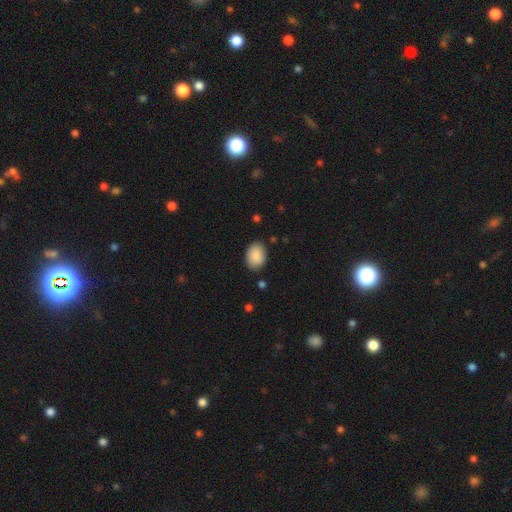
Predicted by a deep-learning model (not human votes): Smooth or featured? Predicted: smooth (p=0.88). How rounded? Predicted: in between (p=0.77). Merging? Predicted: none (p=0.83).